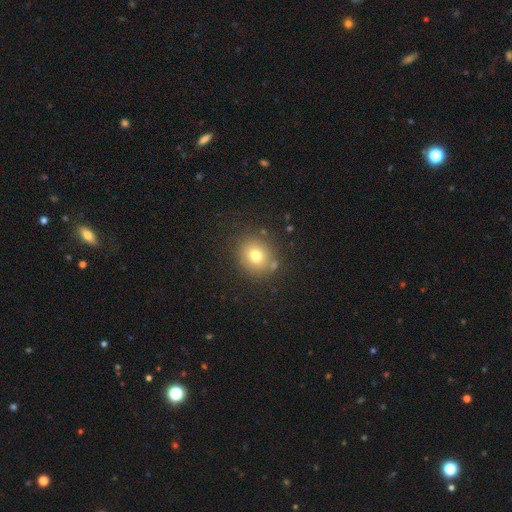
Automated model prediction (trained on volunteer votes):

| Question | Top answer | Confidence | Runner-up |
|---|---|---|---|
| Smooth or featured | smooth | 74% | star or artifact (14%) |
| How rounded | round | 80% | in between (19%) |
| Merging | none | 81% | minor disturbance (10%) |